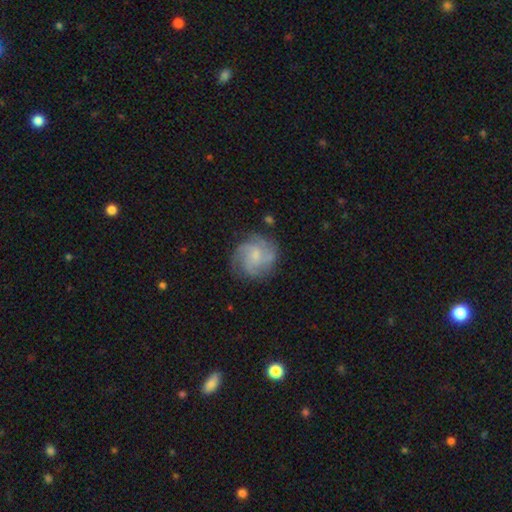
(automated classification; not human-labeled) Q: Smooth or featured?
A: featured or disk (76%); runner-up: smooth (17%)
Q: Edge-on disk?
A: no (98%); runner-up: yes (2%)
Q: Bar?
A: no (68%); runner-up: weak (29%)
Q: Spiral arms?
A: yes (95%); runner-up: no (5%)
Q: Spiral winding?
A: medium (43%); runner-up: tight (42%)
Q: Spiral arm count?
A: 4 (31%); runner-up: 3 (25%)
Q: Bulge size?
A: small (59%); runner-up: moderate (28%)
Q: Merging?
A: none (77%); runner-up: minor disturbance (15%)